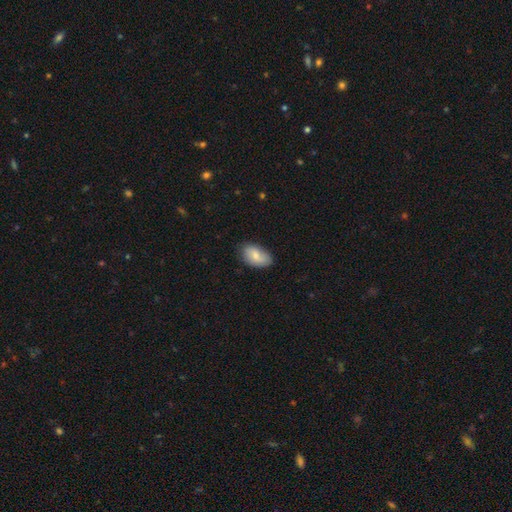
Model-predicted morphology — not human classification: Smooth or featured?
  - smooth: 74% *
  - featured or disk: 19%
  - star or artifact: 7%
How rounded?
  - in between: 92% *
  - round: 6%
  - cigar-shaped: 2%
Merging?
  - none: 73% *
  - minor disturbance: 22%
  - major disturbance: 4%
  - merger: 1%